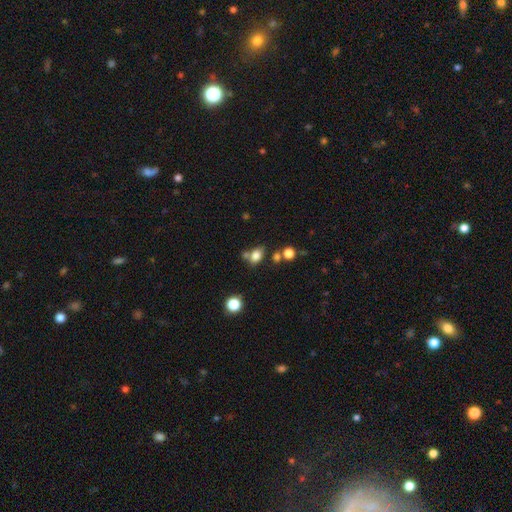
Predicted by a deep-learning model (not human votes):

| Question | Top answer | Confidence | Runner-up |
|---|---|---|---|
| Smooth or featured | smooth | 79% | star or artifact (12%) |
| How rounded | in between | 75% | round (23%) |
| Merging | none | 59% | merger (22%) |